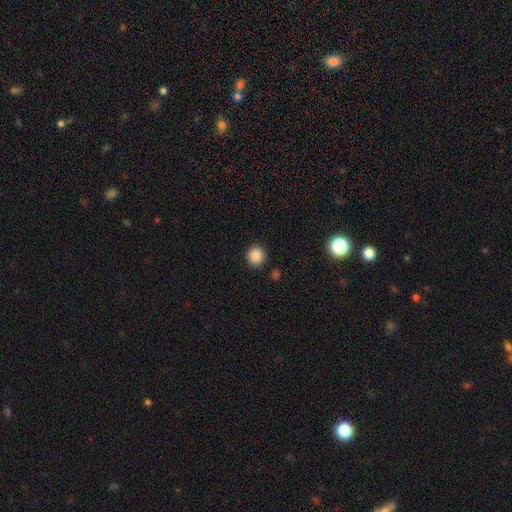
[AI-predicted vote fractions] A smooth galaxy with no disk features (88%) that is round (93%).

Vote fractions:
- Smooth or featured? smooth: 88% / star or artifact: 10% / featured or disk: 3%
- How rounded? round: 93% / in between: 6% / cigar-shaped: 1%
- Merging? none: 91% / minor disturbance: 6% / major disturbance: 2% / merger: 2%